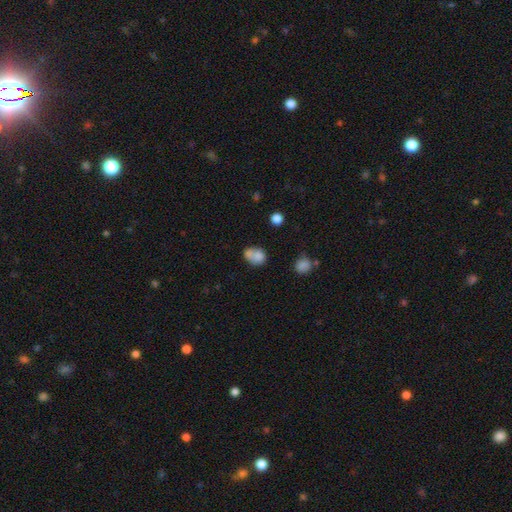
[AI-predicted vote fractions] A smooth galaxy with no disk features (75%) that is in between round and cigar-shaped (55%). Merging: merger (46%).